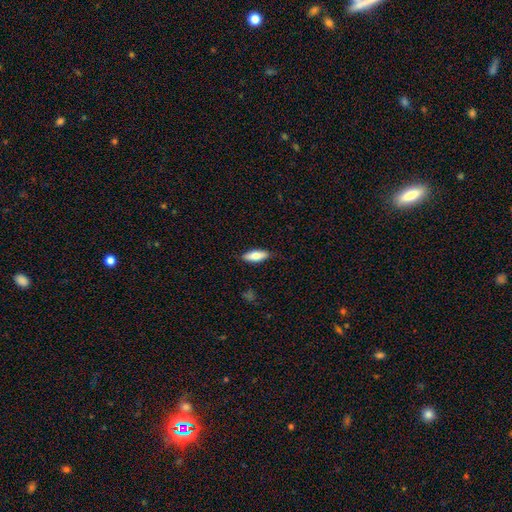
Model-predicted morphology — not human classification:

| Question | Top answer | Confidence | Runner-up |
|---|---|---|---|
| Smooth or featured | smooth | 76% | featured or disk (18%) |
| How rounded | in between | 73% | cigar-shaped (25%) |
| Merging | none | 85% | minor disturbance (12%) |